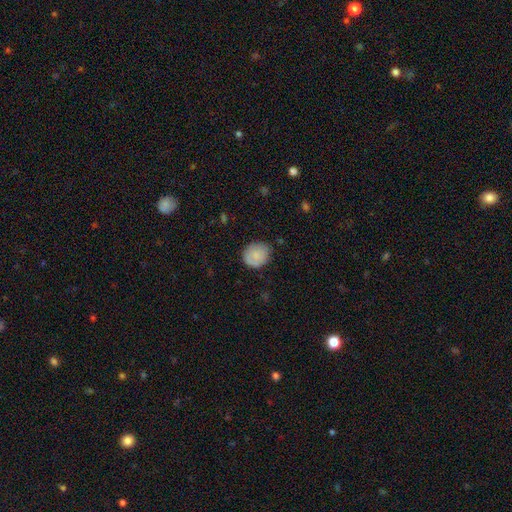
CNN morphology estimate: Overall: smooth (82%). How rounded: round (77%). Merging: none (77%).